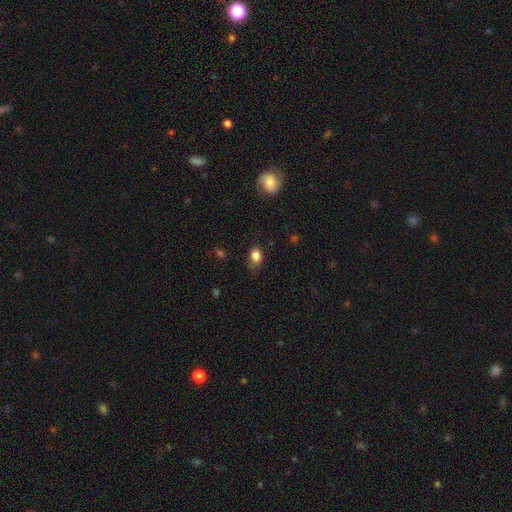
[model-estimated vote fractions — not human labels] The model was most divided on "how rounded": in between: 63%, round: 36%, cigar-shaped: 1%. More confident: smooth or featured — smooth (84%); merging — none (65%).